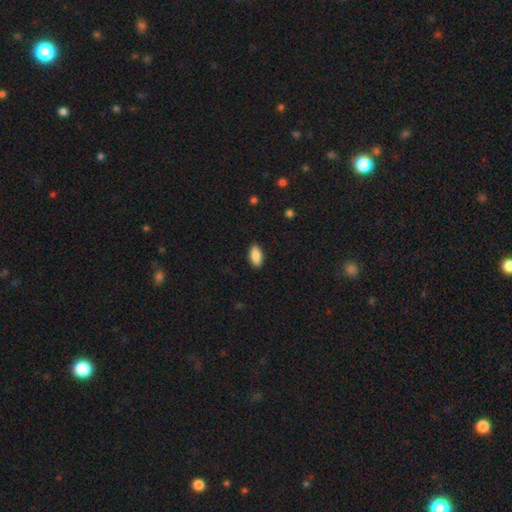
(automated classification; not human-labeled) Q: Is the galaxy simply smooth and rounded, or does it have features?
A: smooth — 89%.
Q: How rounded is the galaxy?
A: in between — 92%.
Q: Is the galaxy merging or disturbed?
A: none — 88%.